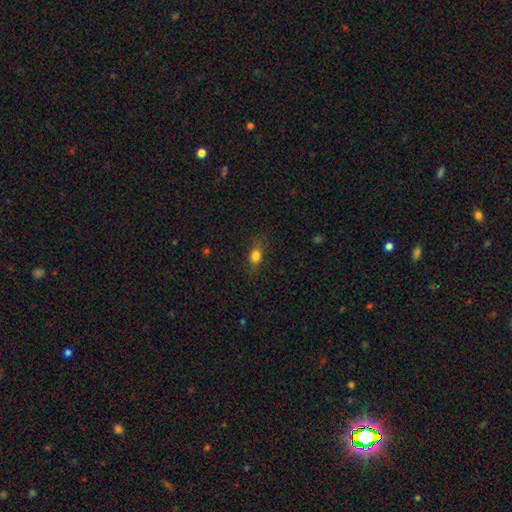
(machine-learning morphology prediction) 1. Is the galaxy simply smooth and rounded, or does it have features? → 80% smooth, 12% star or artifact, 9% featured or disk.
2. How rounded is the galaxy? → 62% in between, 34% round, 4% cigar-shaped.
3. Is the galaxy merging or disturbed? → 76% none, 17% minor disturbance, 6% major disturbance, 1% merger.